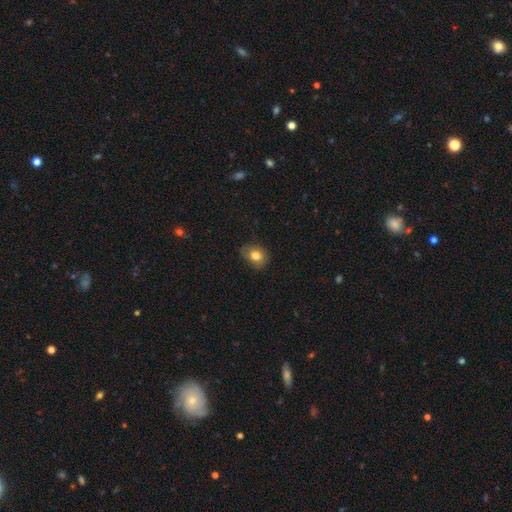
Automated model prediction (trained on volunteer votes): This is likely a smooth galaxy (79%). How rounded: possibly in between (51%). Merging: likely none (75%).